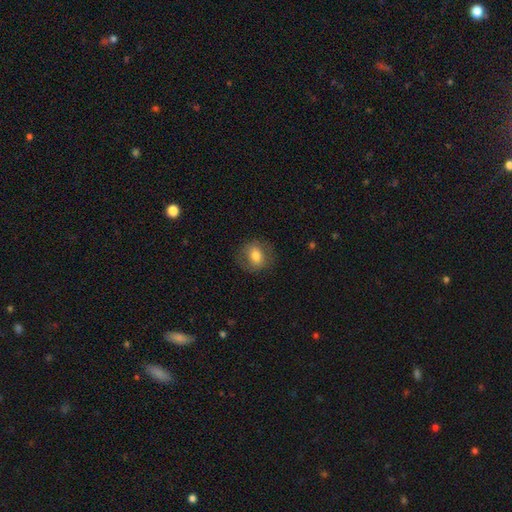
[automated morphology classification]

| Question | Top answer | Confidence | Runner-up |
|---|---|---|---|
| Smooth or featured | smooth | 68% | featured or disk (24%) |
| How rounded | round | 64% | in between (35%) |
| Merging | none | 80% | minor disturbance (13%) |